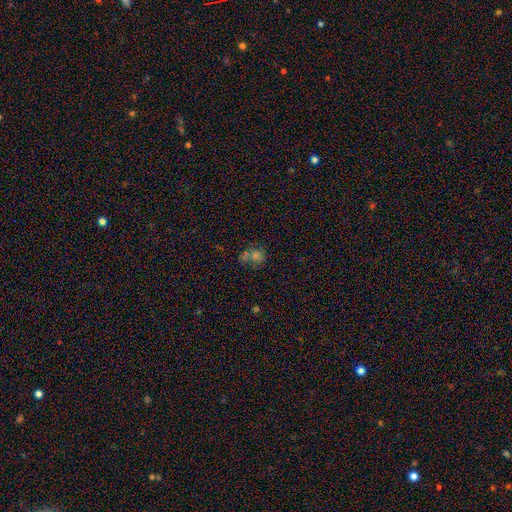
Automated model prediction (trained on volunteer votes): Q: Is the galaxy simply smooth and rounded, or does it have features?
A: smooth — 57%.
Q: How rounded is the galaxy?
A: round — 73%.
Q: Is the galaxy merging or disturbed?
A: none — 43%.